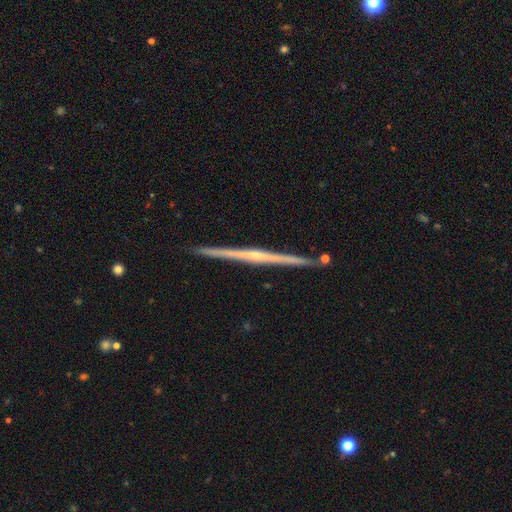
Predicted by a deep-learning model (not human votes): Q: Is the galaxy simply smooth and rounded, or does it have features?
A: featured or disk — 81%.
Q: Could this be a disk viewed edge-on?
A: yes — 99%.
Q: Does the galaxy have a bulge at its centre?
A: rounded — 48%.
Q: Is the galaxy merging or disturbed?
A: none — 92%.